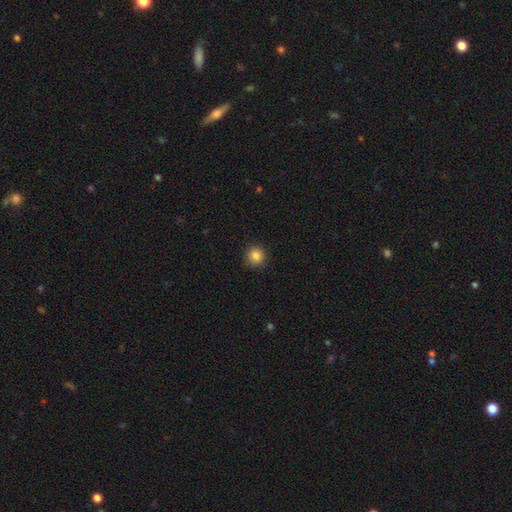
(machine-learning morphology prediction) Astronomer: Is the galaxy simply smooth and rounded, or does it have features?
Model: smooth — 85%.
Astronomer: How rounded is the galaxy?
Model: round — 92%.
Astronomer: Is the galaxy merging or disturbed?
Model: none — 90%.